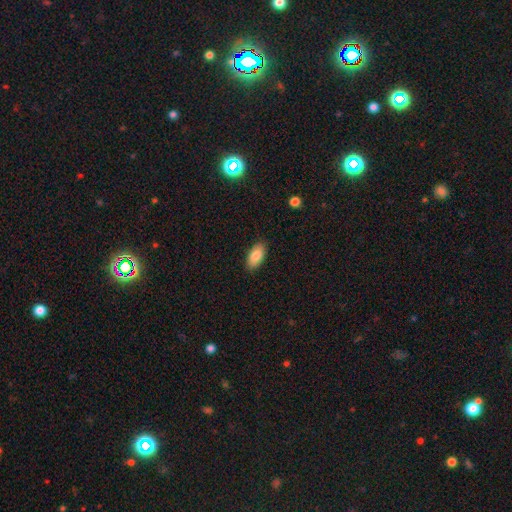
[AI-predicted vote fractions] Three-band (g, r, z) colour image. It shows a smooth galaxy with no disk features (87%) that is in between round and cigar-shaped (92%). Merging: none (87%).